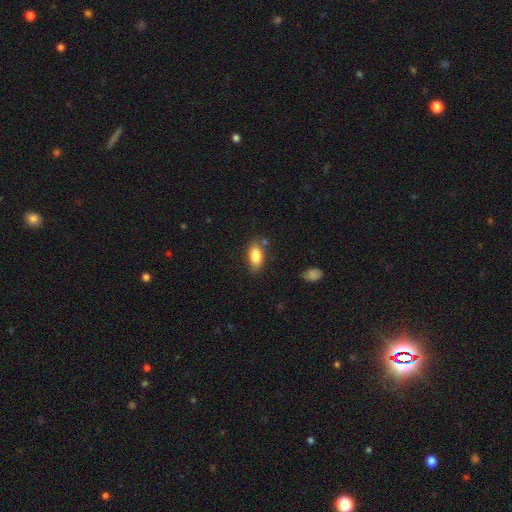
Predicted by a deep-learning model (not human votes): Q: Smooth or featured?
A: smooth (84%); runner-up: featured or disk (9%)
Q: How rounded?
A: in between (88%); runner-up: cigar-shaped (8%)
Q: Merging?
A: none (72%); runner-up: minor disturbance (19%)